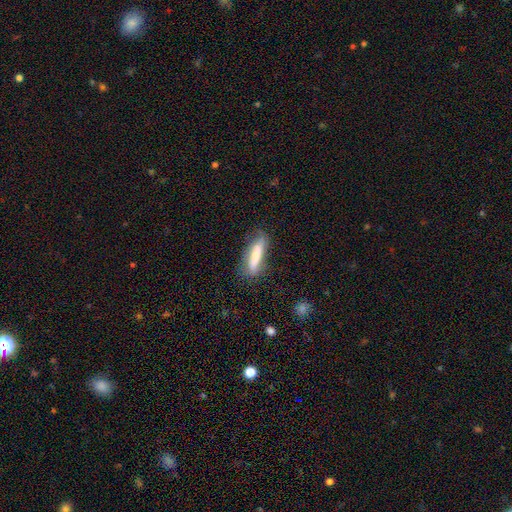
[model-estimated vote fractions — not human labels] Smooth or featured?
  - smooth: 61% *
  - featured or disk: 32%
  - star or artifact: 7%
How rounded?
  - cigar-shaped: 71% *
  - in between: 27%
  - round: 2%
Merging?
  - none: 70% *
  - minor disturbance: 20%
  - major disturbance: 7%
  - merger: 3%